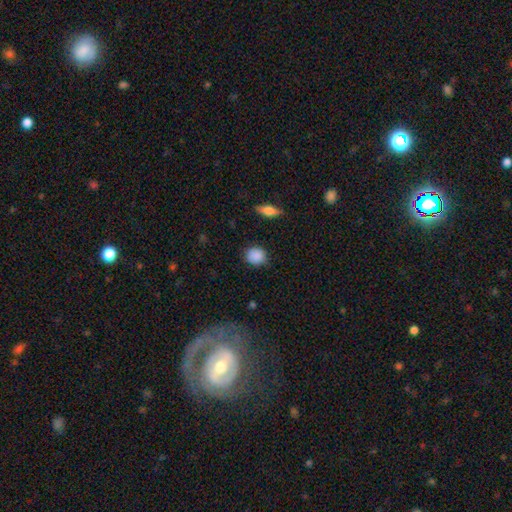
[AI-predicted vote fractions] A smooth galaxy with no disk features (88%) that is round (76%). Merging: none (82%).